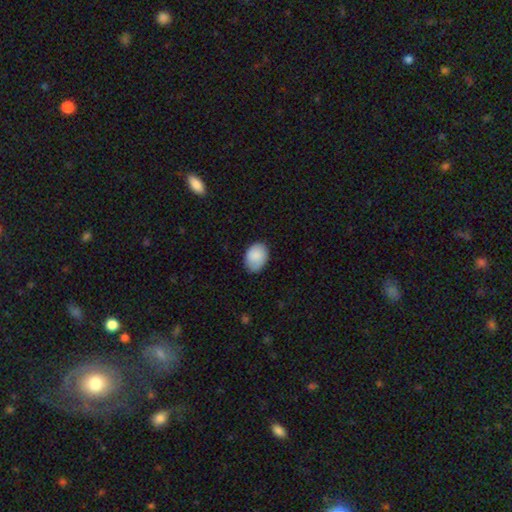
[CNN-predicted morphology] Overall: smooth (86%). How rounded: in between (72%). Merging: none (75%).